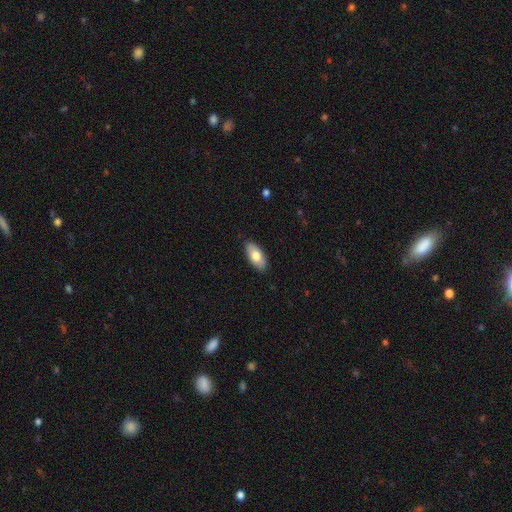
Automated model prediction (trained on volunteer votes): A smooth galaxy with no disk features (73%) that is in between round and cigar-shaped (91%).

Vote fractions:
- Smooth or featured? smooth: 73% / featured or disk: 21% / star or artifact: 6%
- How rounded? in between: 91% / cigar-shaped: 6% / round: 3%
- Merging? none: 88% / minor disturbance: 9% / major disturbance: 2% / merger: 1%